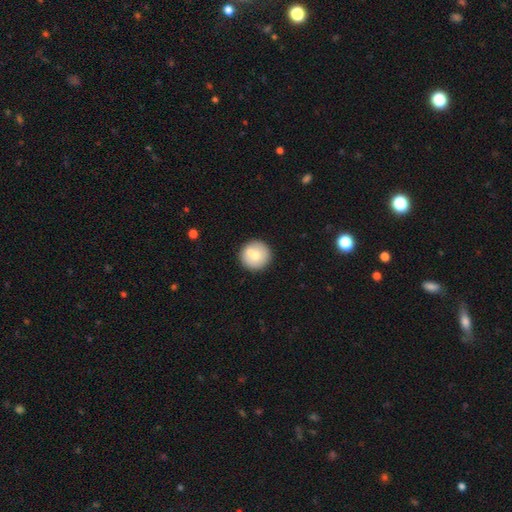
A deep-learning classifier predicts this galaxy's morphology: Smooth or featured? smooth (69%)
How rounded? round (95%)
Merging? none (74%)